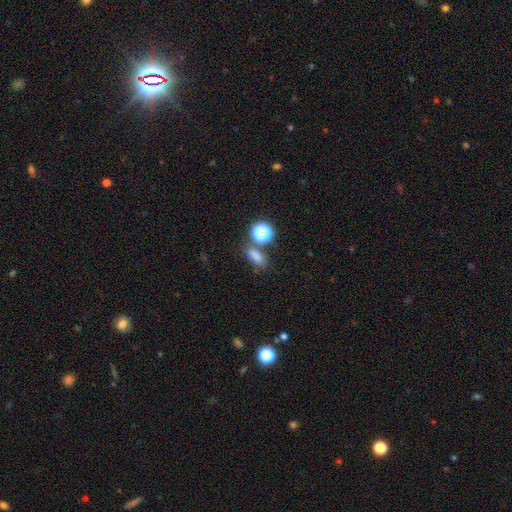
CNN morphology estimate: smooth 74%, star or artifact 20%, featured or disk 7%. Down the decision tree: how rounded — in between (66%); merging — none (64%).